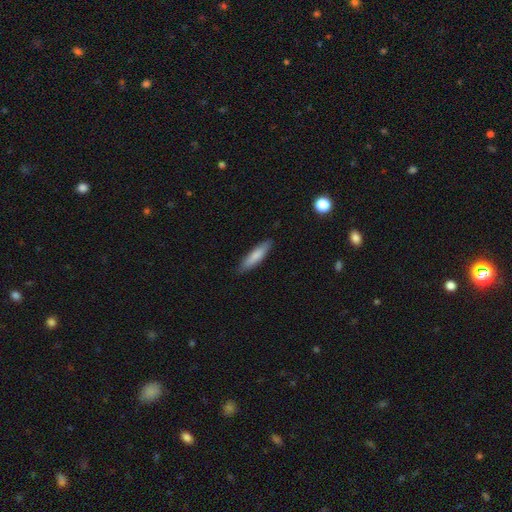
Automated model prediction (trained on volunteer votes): Q: Smooth or featured?
A: smooth (81%); runner-up: featured or disk (14%)
Q: How rounded?
A: cigar-shaped (75%); runner-up: in between (24%)
Q: Merging?
A: none (86%); runner-up: minor disturbance (11%)